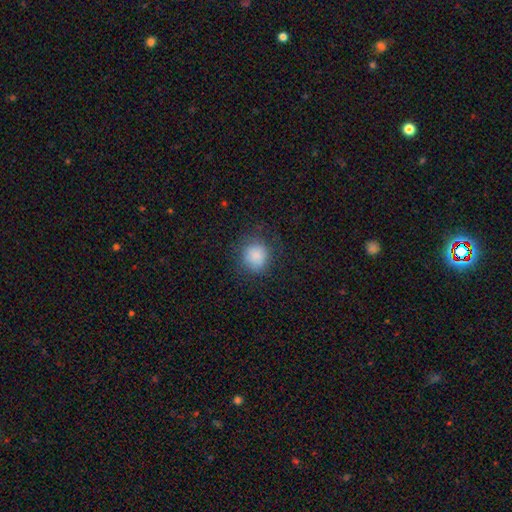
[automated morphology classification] type=smooth (85%); roundness=round (86%); merging=none (78%).